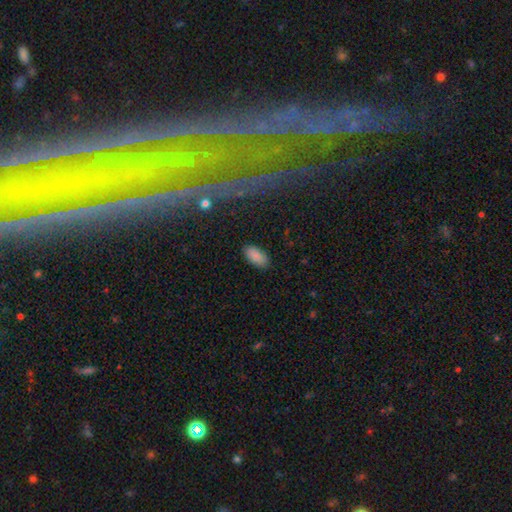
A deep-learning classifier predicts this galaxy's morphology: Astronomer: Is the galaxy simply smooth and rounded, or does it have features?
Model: smooth — 87%.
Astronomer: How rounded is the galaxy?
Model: in between — 94%.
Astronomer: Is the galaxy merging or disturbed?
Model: none — 87%.